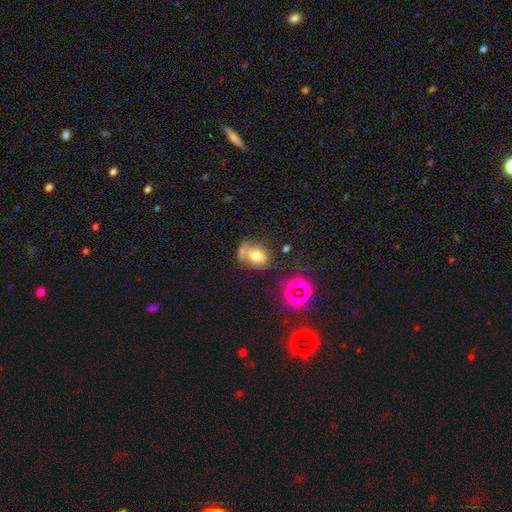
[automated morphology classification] A smooth galaxy with no disk features (55%) that is in between round and cigar-shaped (71%). Merging: none (40%).